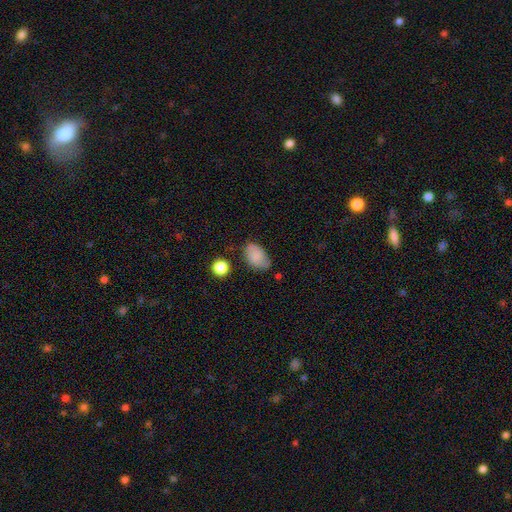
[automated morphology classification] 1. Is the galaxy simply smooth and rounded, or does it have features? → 79% smooth, 13% featured or disk, 9% star or artifact.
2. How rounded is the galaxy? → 89% in between, 10% round, 1% cigar-shaped.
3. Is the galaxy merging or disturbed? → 61% none, 29% minor disturbance, 7% major disturbance, 4% merger.